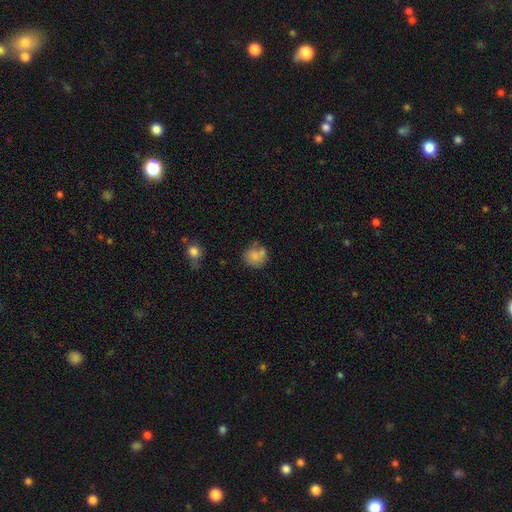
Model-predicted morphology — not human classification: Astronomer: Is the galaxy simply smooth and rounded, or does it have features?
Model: smooth — 77%.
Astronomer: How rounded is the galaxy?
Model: round — 80%.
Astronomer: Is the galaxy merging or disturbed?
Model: none — 54%.